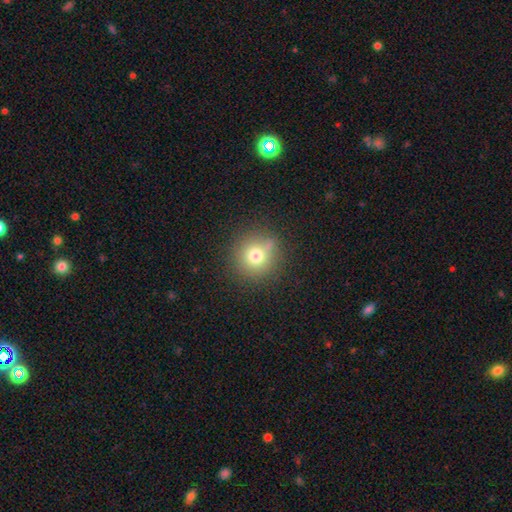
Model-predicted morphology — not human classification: This is likely a smooth galaxy (73%). How rounded: clearly round (94%). Merging: likely none (80%).